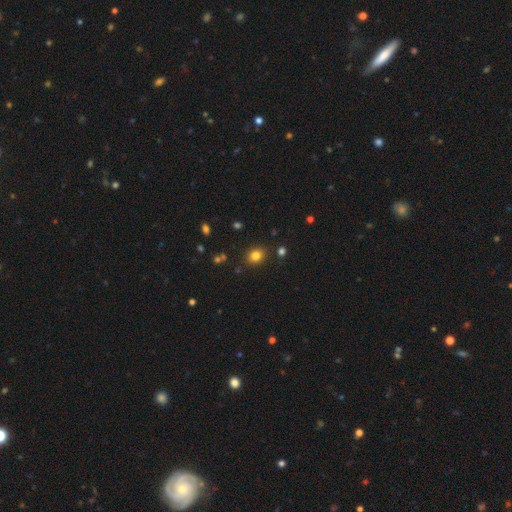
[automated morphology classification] smooth_or_featured: smooth (p=0.80) [alt: star or artifact p=0.14]
how_rounded: round (p=0.61) [alt: in between p=0.38]
merging: none (p=0.85) [alt: minor disturbance p=0.09]